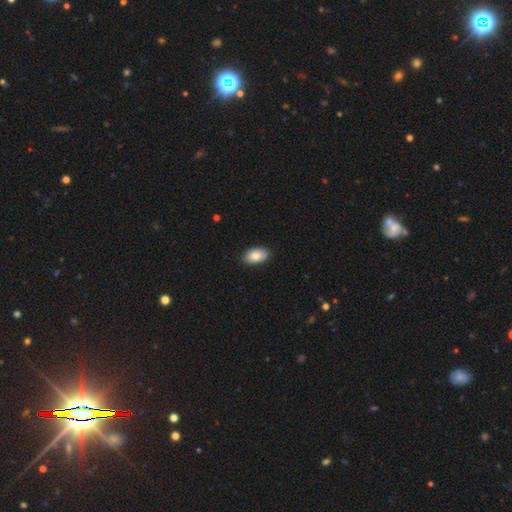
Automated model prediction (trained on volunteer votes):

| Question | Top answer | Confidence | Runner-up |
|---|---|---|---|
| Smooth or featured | smooth | 83% | featured or disk (10%) |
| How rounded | in between | 93% | round (5%) |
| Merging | none | 88% | minor disturbance (9%) |